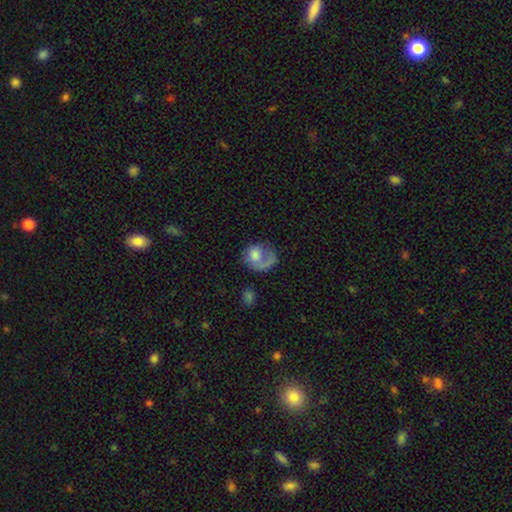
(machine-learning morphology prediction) smooth_or_featured: smooth (p=0.55) [alt: featured or disk p=0.37]
how_rounded: round (p=0.63) [alt: in between p=0.36]
merging: major disturbance (p=0.40) [alt: none p=0.36]